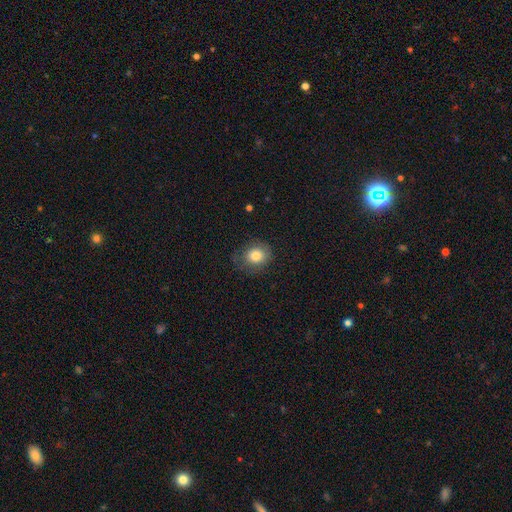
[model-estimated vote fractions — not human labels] This is likely a smooth galaxy (79%). How rounded: likely round (69%). Merging: likely none (70%).